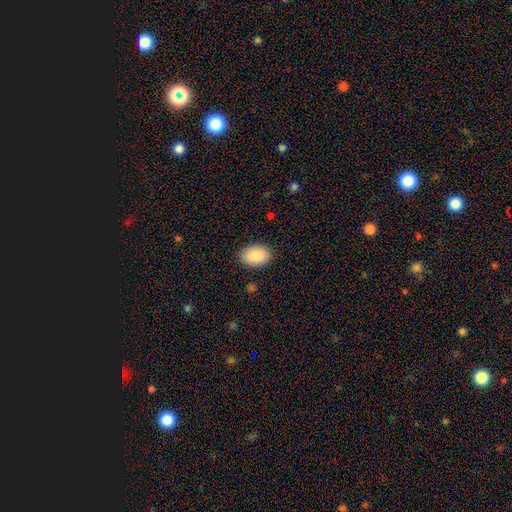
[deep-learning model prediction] This is clearly a smooth galaxy (89%). How rounded: clearly in between (87%). Merging: clearly none (88%).